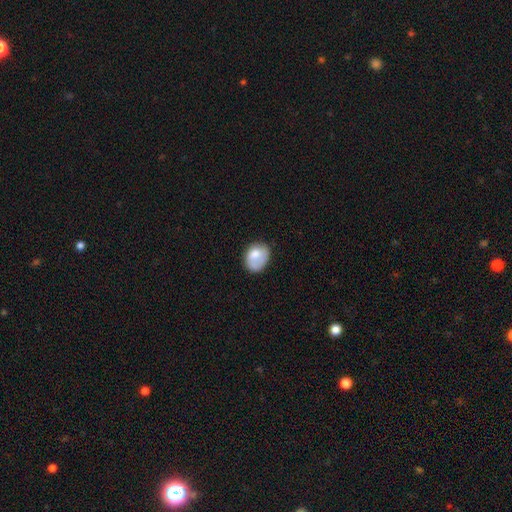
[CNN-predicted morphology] Overall: smooth (76%). How rounded: in between (63%; round 36%). Merging: none (51%; minor disturbance 31%).